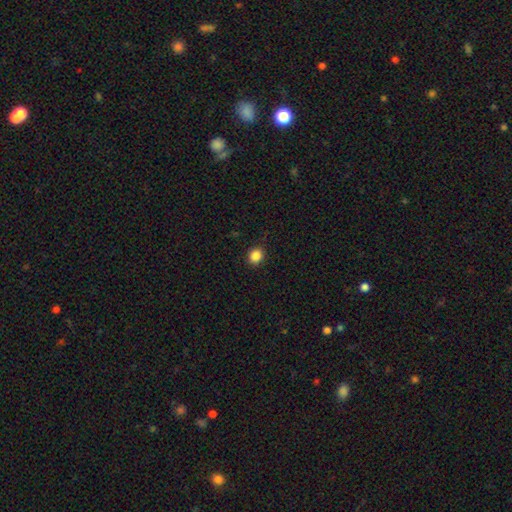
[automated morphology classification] Smooth or featured: smooth — 86% (star or artifact — 11%)
How rounded: round — 81% (in between — 18%)
Merging: none — 89% (minor disturbance — 8%)